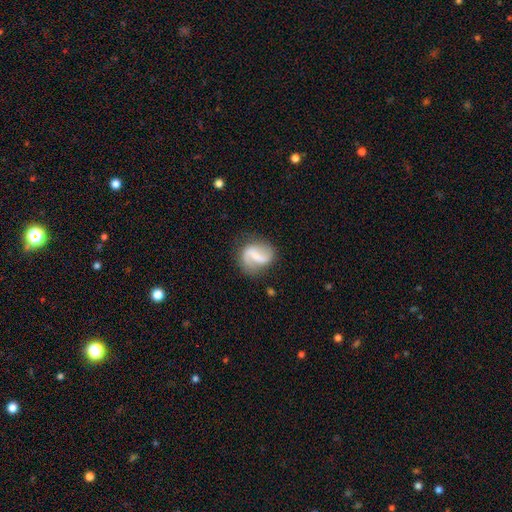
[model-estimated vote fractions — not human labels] featured or disk 71%, smooth 22%, star or artifact 7%. Down the decision tree: edge-on disk — no (97%); bar — weak (41%); spiral arms — yes (90%); spiral arm count — 2 (84%); spiral winding — loose (57%); bulge size — none (45%); merging — none (69%).